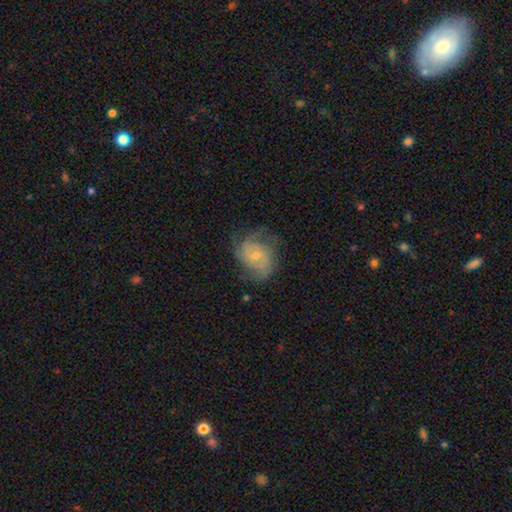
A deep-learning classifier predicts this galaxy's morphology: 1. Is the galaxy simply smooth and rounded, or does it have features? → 63% featured or disk, 30% smooth, 8% star or artifact.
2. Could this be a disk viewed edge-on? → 98% no, 2% yes.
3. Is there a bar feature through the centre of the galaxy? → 69% no, 26% weak, 4% strong.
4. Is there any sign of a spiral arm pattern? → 83% yes, 17% no.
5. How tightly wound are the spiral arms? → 44% medium, 32% tight, 24% loose.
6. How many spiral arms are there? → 45% 2, 27% can't tell, 14% 3, 5% 1, 4% 4, 3% more than 4.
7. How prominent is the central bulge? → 65% small, 28% moderate, 4% none, 2% large, 1% dominant.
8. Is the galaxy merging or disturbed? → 54% none, 27% minor disturbance, 18% major disturbance, 1% merger.